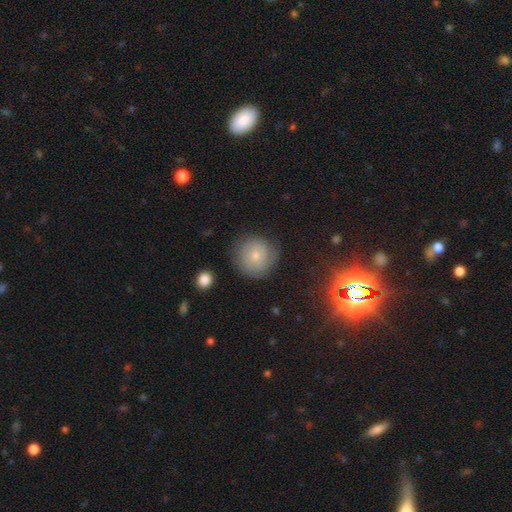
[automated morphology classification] Smooth or featured?
  - smooth: 64% *
  - featured or disk: 27%
  - star or artifact: 9%
How rounded?
  - round: 93% *
  - in between: 6%
  - cigar-shaped: 1%
Merging?
  - none: 77% *
  - minor disturbance: 16%
  - major disturbance: 5%
  - merger: 2%